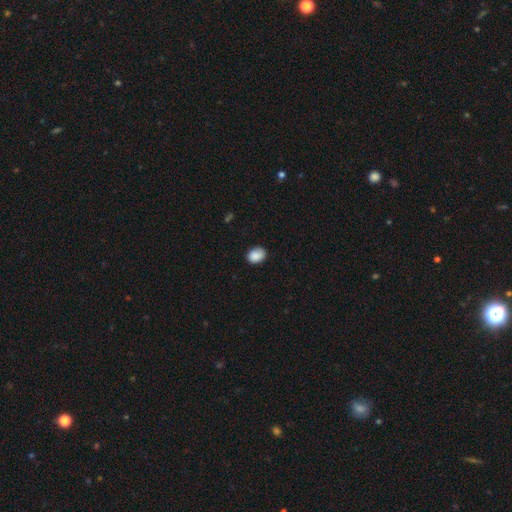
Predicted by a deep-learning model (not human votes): Smooth or featured? Predicted: smooth (p=0.88). How rounded? Predicted: in between (p=0.63). Merging? Predicted: none (p=0.80).